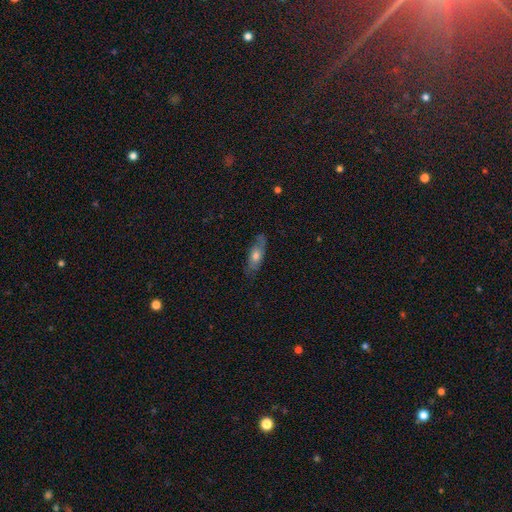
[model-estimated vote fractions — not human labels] A smooth galaxy with no disk features (56%) that is in between round and cigar-shaped (65%). Merging: none (75%).